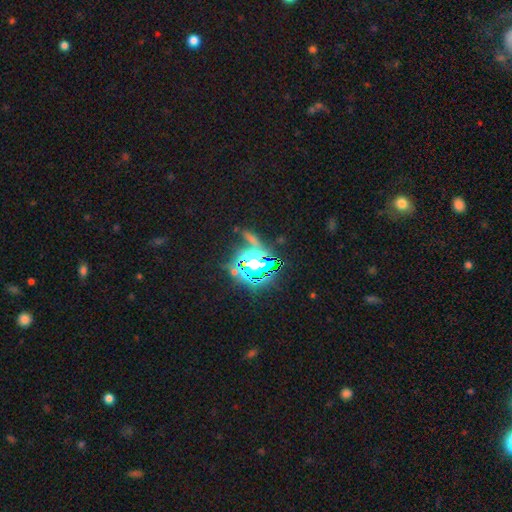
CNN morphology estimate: A star or artifact, not a galaxy (70%).